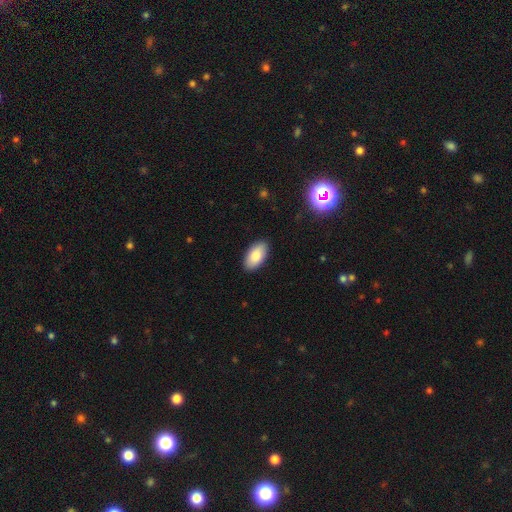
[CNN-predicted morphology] Smooth or featured: smooth — 85% (featured or disk — 8%)
How rounded: in between — 95% (cigar-shaped — 3%)
Merging: none — 88% (minor disturbance — 9%)